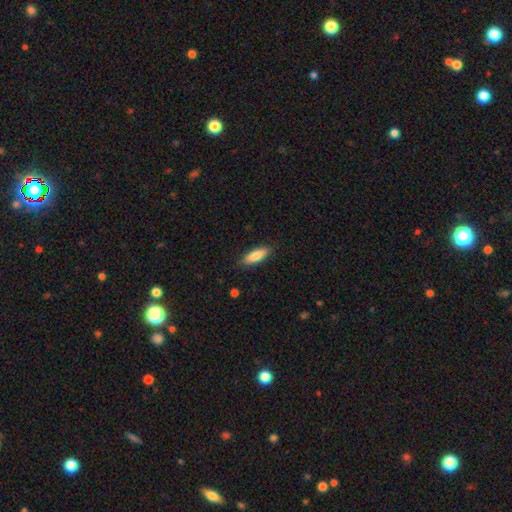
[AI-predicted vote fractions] Overall: smooth (82%). How rounded: in between (55%; cigar-shaped 43%). Merging: none (87%).